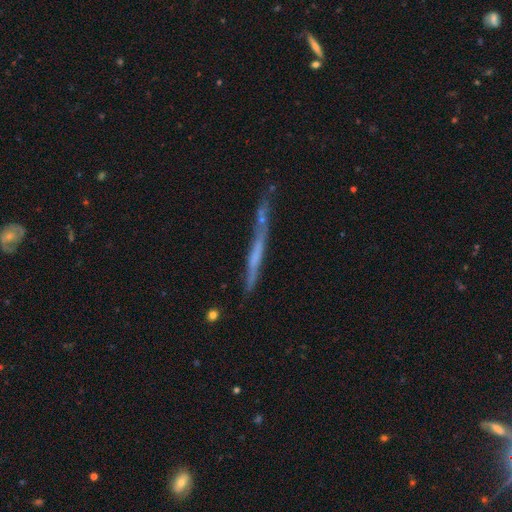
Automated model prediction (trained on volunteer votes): smooth_or_featured: featured or disk (p=0.56) [alt: smooth p=0.37]
disk_edge_on: yes (p=0.92) [alt: no p=0.08]
edge_on_bulge: none (p=0.86) [alt: rounded p=0.08]
merging: none (p=0.71) [alt: minor disturbance p=0.18]